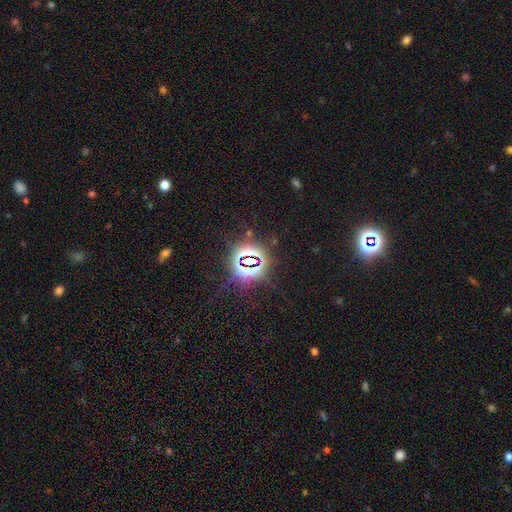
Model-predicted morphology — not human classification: This is clearly a star or artifact rather than a galaxy (83%).